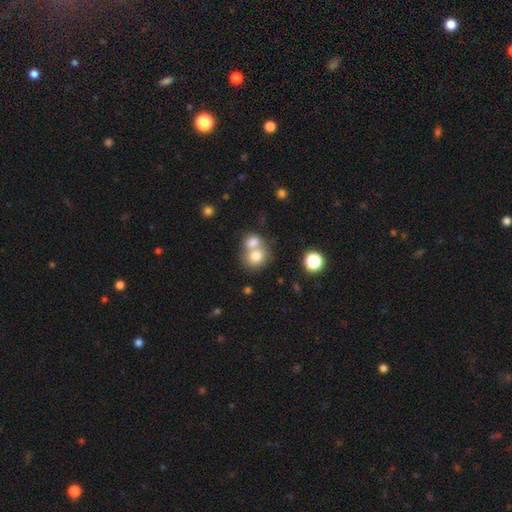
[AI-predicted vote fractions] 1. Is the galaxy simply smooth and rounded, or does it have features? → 76% smooth, 14% featured or disk, 11% star or artifact.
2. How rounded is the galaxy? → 75% round, 25% in between, 1% cigar-shaped.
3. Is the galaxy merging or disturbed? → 56% merger, 34% none, 7% minor disturbance, 3% major disturbance.